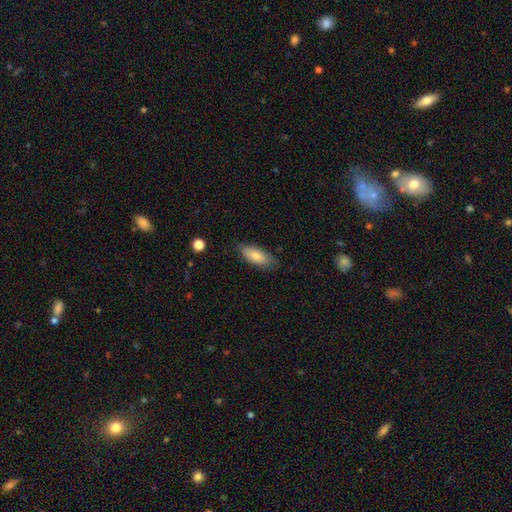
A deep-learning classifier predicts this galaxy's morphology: The model was most divided on "merging": none: 77%, minor disturbance: 18%, major disturbance: 3%, merger: 1%. More confident: smooth or featured — smooth (81%); how rounded — in between (80%).